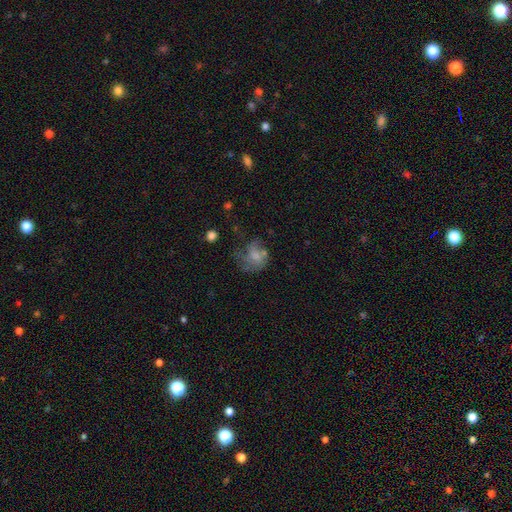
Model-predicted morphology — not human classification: A smooth galaxy with no disk features (53%) that is round (58%).

Vote fractions:
- Smooth or featured? smooth: 53% / featured or disk: 36% / star or artifact: 11%
- How rounded? round: 58% / in between: 41% / cigar-shaped: 1%
- Merging? major disturbance: 36% / none: 33% / minor disturbance: 24% / merger: 7%